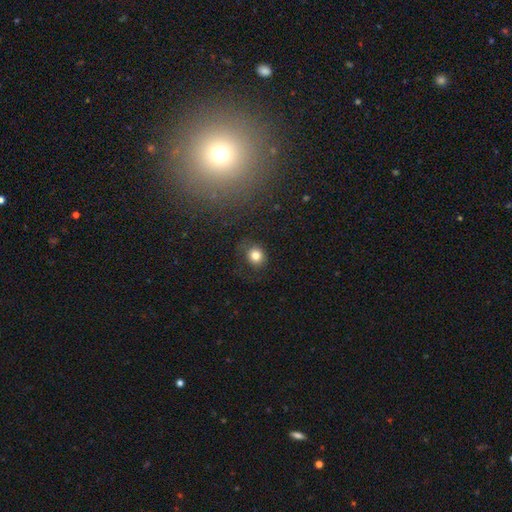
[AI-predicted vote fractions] Morphology: type=smooth (81%); roundness=round (76%); merging=none (74%).